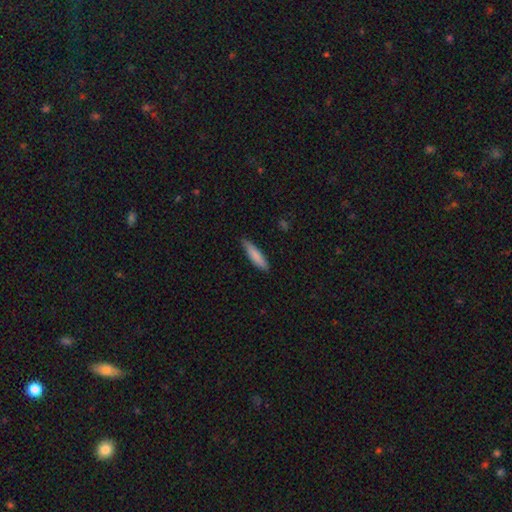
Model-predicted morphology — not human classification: This is clearly a smooth galaxy (84%). How rounded: likely cigar-shaped (76%). Merging: clearly none (83%).